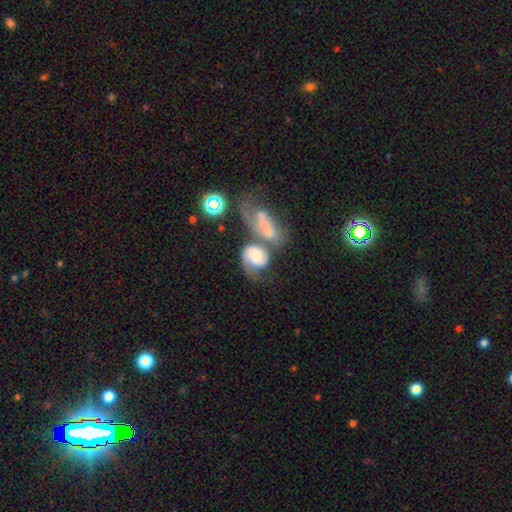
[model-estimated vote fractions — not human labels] featured or disk 51%, smooth 40%, star or artifact 9%. Down the decision tree: edge-on disk — no (97%); merging — merger (54%).